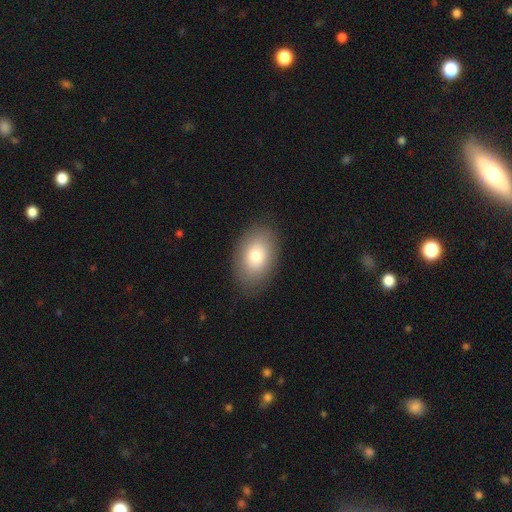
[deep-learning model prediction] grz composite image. It shows a smooth galaxy with no disk features (77%) that is in between round and cigar-shaped (86%). Merging: none (85%).